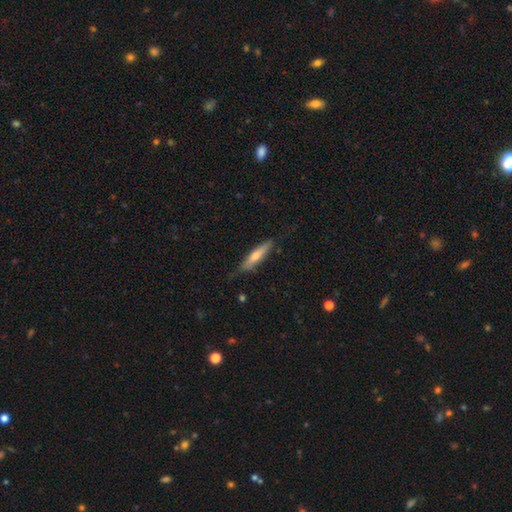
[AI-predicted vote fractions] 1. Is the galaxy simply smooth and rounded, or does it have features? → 58% smooth, 36% featured or disk, 6% star or artifact.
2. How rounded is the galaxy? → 84% cigar-shaped, 14% in between, 2% round.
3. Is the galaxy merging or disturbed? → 79% none, 17% minor disturbance, 3% major disturbance, 1% merger.